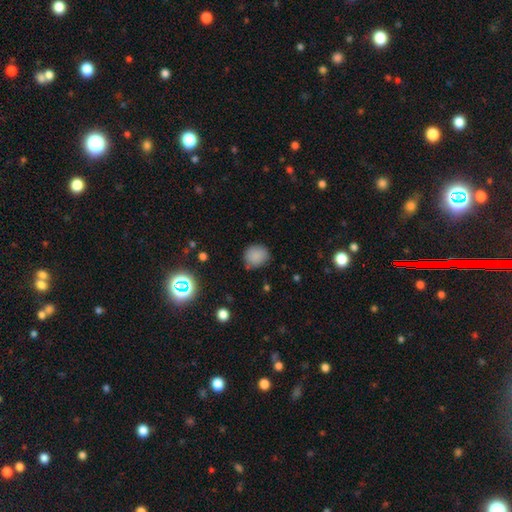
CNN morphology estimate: Smooth or featured? smooth (84%)
How rounded? round (77%)
Merging? none (76%)